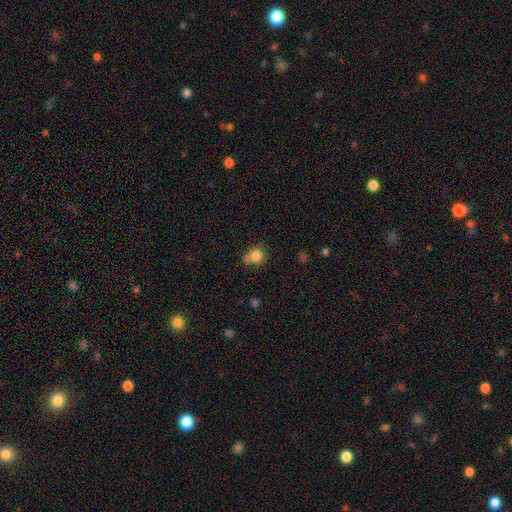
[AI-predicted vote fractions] Morphology: type=smooth (82%); roundness=round (76%); merging=none (54%).